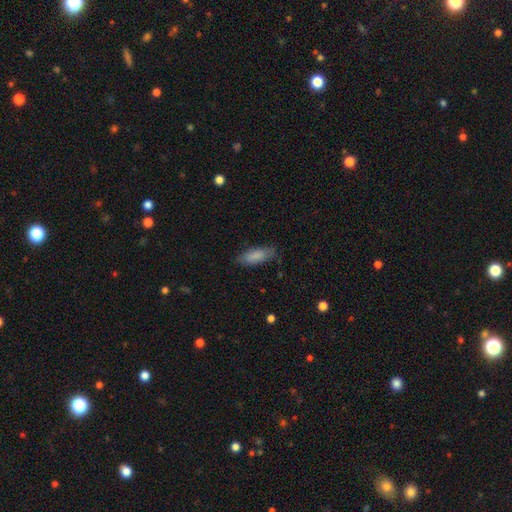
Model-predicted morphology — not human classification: smooth_or_featured: smooth (p=0.85) [alt: featured or disk p=0.08]
how_rounded: in between (p=0.67) [alt: cigar-shaped p=0.31]
merging: none (p=0.79) [alt: minor disturbance p=0.16]